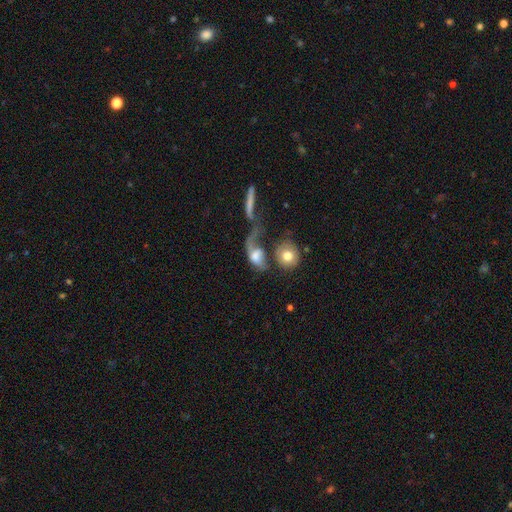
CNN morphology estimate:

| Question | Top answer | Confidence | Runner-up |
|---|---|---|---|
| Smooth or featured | smooth | 53% | featured or disk (38%) |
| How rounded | in between | 68% | round (24%) |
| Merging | major disturbance | 37% | merger (35%) |